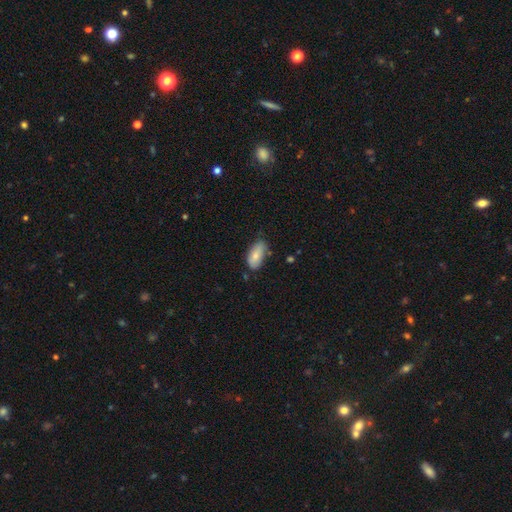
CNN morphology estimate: type=smooth (78%); roundness=in between (92%); merging=none (62%).